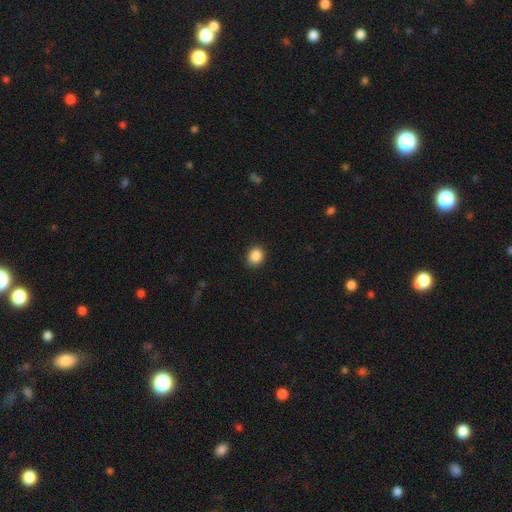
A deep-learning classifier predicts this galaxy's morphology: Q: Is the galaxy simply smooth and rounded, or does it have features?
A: smooth — 87%.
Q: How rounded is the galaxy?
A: round — 63%.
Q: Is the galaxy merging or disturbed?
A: none — 88%.